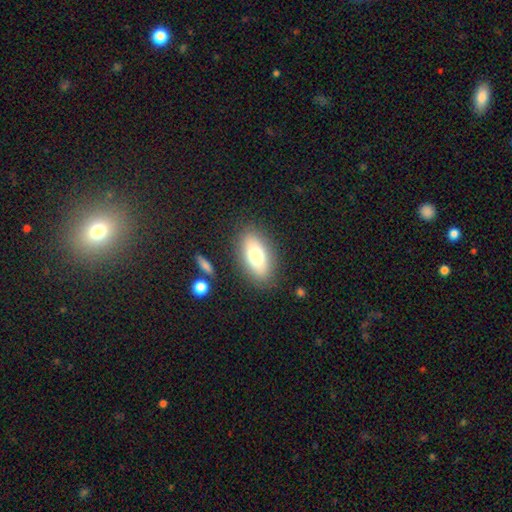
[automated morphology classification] Smooth or featured: smooth — 74% (featured or disk — 18%)
How rounded: in between — 87% (cigar-shaped — 8%)
Merging: none — 83% (minor disturbance — 11%)